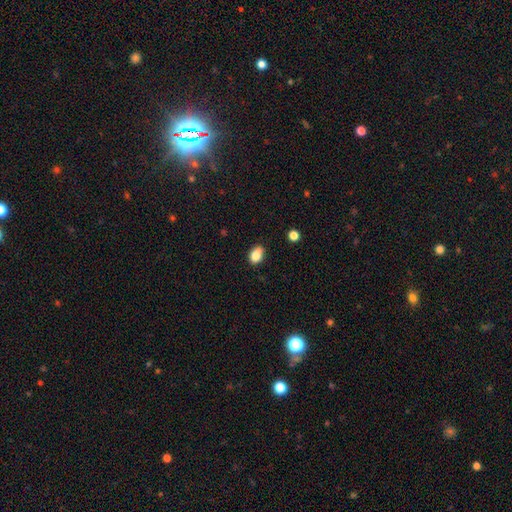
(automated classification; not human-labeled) Overall: smooth (83%). How rounded: in between (78%). Merging: none (76%).